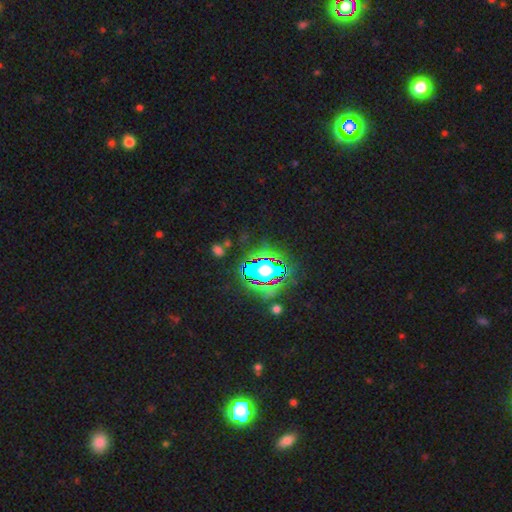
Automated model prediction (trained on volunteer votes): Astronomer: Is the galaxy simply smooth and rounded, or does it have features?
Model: star or artifact — 73%.